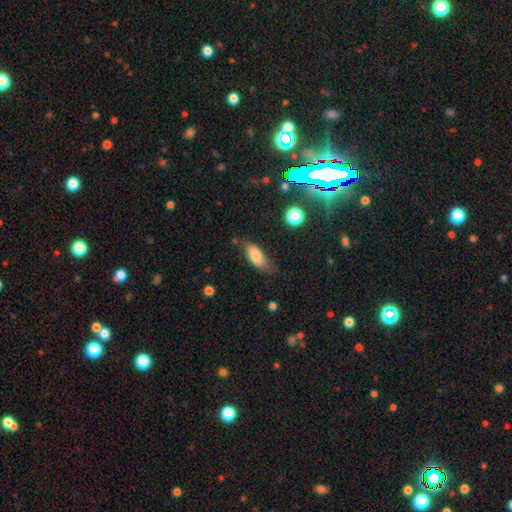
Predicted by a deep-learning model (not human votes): Q: Smooth or featured?
A: smooth (77%); runner-up: featured or disk (15%)
Q: How rounded?
A: in between (81%); runner-up: cigar-shaped (17%)
Q: Merging?
A: none (59%); runner-up: minor disturbance (29%)